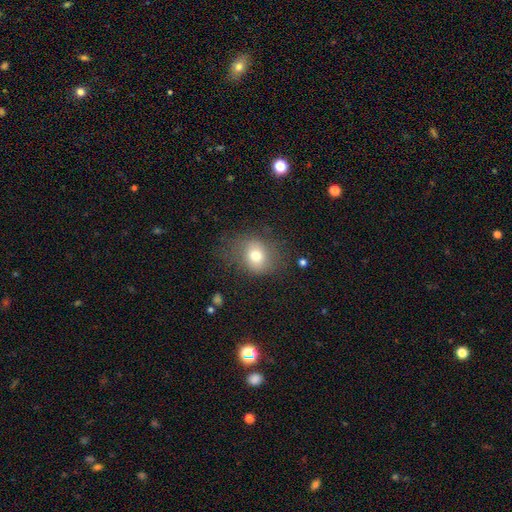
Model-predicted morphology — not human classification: Q: Smooth or featured?
A: smooth (75%); runner-up: featured or disk (15%)
Q: How rounded?
A: round (55%); runner-up: in between (44%)
Q: Merging?
A: none (64%); runner-up: minor disturbance (21%)